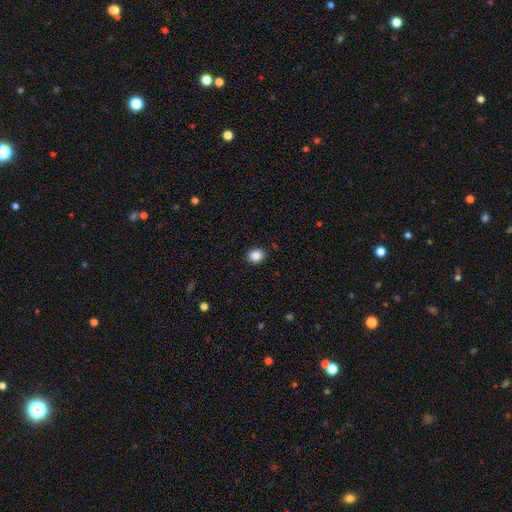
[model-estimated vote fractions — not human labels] smooth-or-featured: smooth: 87% | star or artifact: 9% | featured or disk: 3%
  how-rounded: round: 59% | in between: 40% | cigar-shaped: 1%
  merging: none: 89% | minor disturbance: 8% | major disturbance: 2% | merger: 1%